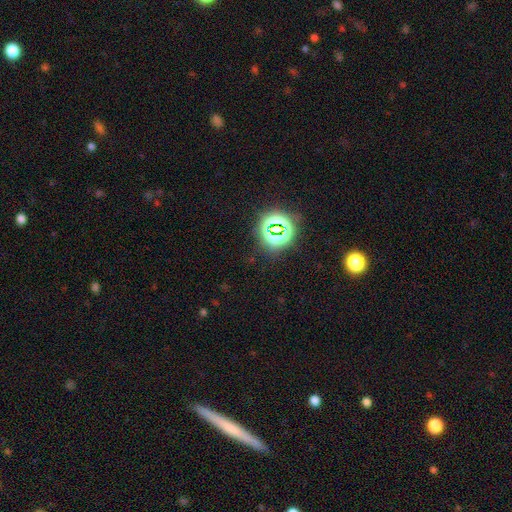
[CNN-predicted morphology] Overall: star or artifact (73%).